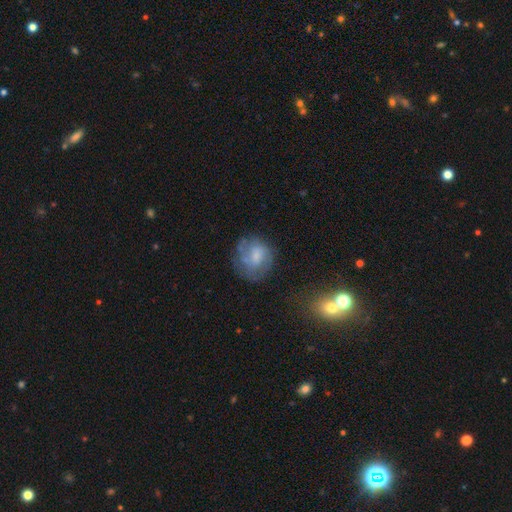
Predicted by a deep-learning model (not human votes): smooth 50%, featured or disk 41%, star or artifact 9%. Down the decision tree: merging — none (59%).